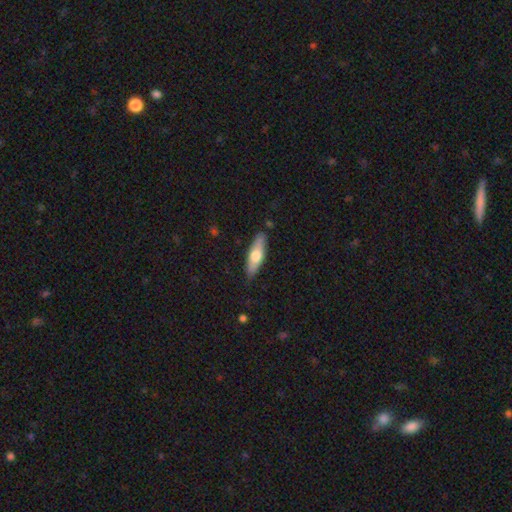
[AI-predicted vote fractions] smooth 61%, featured or disk 33%, star or artifact 5%. Down the decision tree: how rounded — cigar-shaped (54%); merging — none (84%).